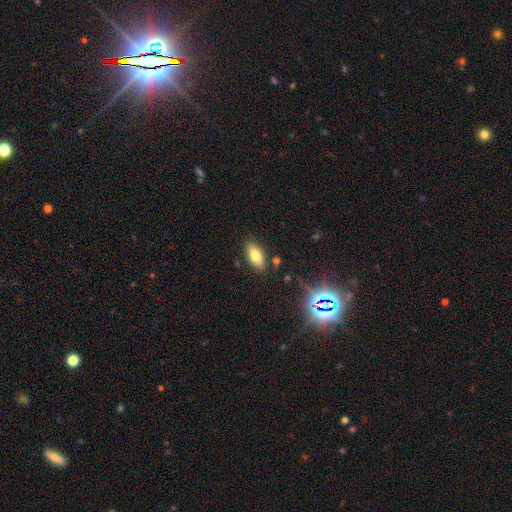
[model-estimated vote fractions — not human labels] This is likely a smooth galaxy (77%). How rounded: clearly in between (89%). Merging: clearly none (84%).